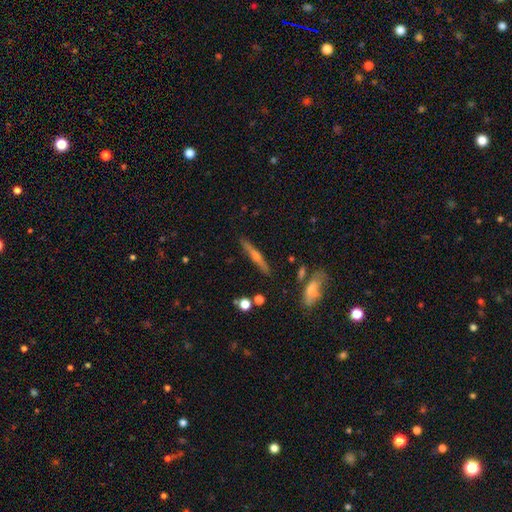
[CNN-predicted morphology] Smooth or featured?
  - featured or disk: 65% *
  - smooth: 28%
  - star or artifact: 7%
Edge-on disk?
  - yes: 97% *
  - no: 3%
Edge-on bulge?
  - rounded: 85% *
  - none: 10%
  - boxy: 5%
Merging?
  - none: 88% *
  - minor disturbance: 8%
  - merger: 2%
  - major disturbance: 2%